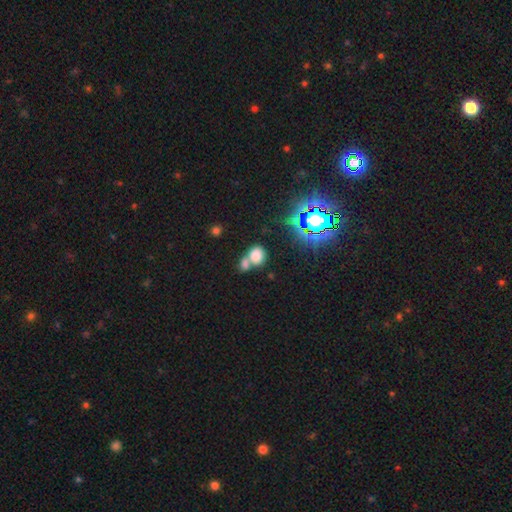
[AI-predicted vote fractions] A smooth galaxy with no disk features (74%) that is round (53%). Merging: merger (58%).